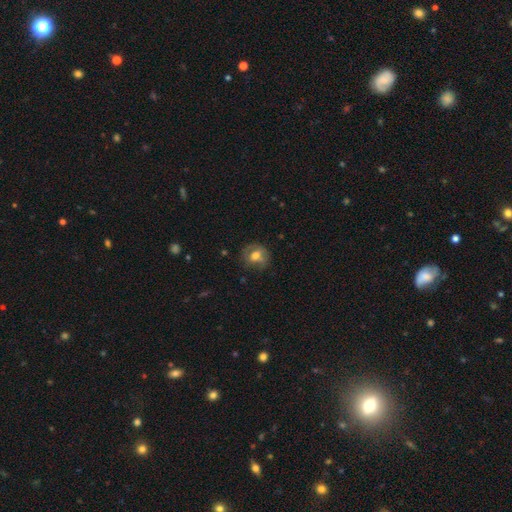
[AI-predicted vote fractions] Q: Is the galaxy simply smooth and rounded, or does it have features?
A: smooth — 58%.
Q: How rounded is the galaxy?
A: round — 69%.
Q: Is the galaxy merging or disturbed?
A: none — 65%.